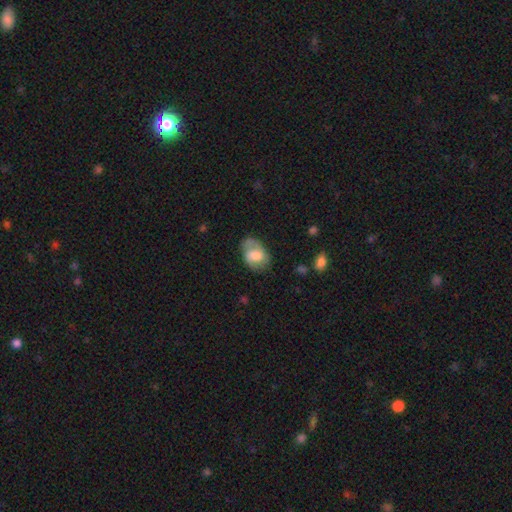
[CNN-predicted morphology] type=smooth (52%); roundness=in between (80%); merging=none (52%).